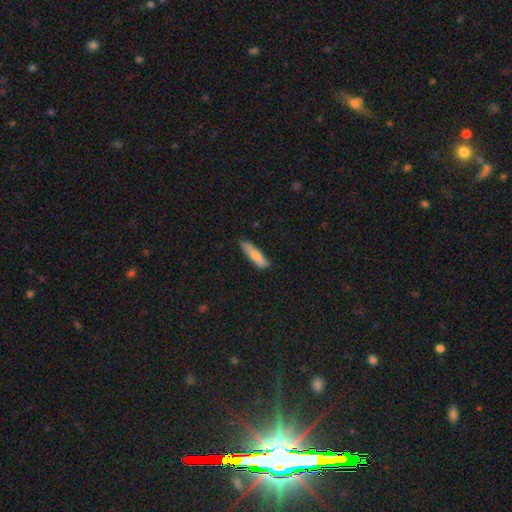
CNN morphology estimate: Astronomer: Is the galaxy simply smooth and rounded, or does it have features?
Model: smooth — 76%.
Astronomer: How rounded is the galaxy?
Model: cigar-shaped — 75%.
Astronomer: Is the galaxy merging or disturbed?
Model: none — 79%.